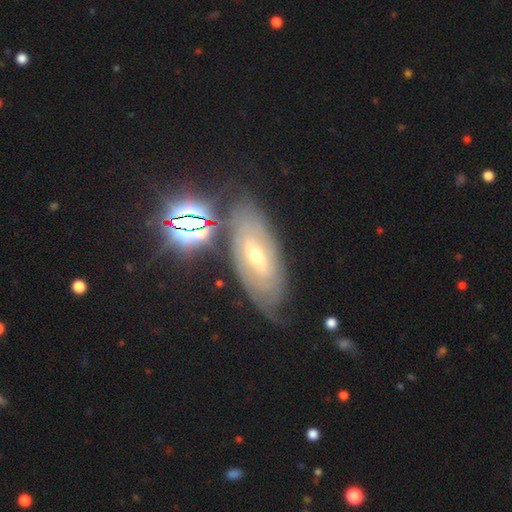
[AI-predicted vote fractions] Q: Smooth or featured?
A: featured or disk (68%); runner-up: smooth (16%)
Q: Edge-on disk?
A: no (84%); runner-up: yes (16%)
Q: Bar?
A: weak (42%); runner-up: no (40%)
Q: Spiral arms?
A: yes (76%); runner-up: no (24%)
Q: Bulge size?
A: moderate (51%); runner-up: small (45%)
Q: Merging?
A: none (74%); runner-up: minor disturbance (17%)